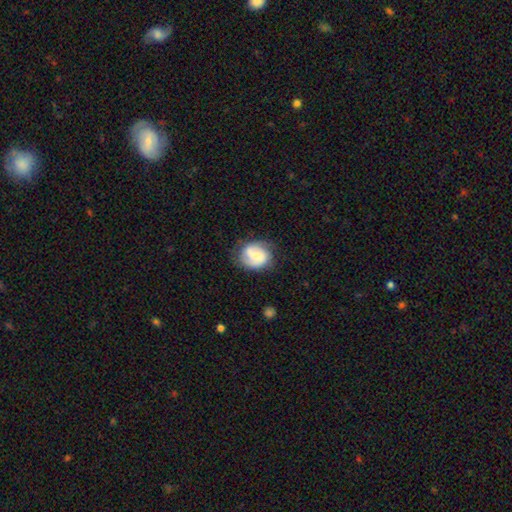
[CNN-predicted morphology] smooth-or-featured: featured or disk: 63% | smooth: 30% | star or artifact: 7%
  disk-edge-on: no: 98% | yes: 2%
    bar: weak: 45% | no: 44% | strong: 11%
    has-spiral-arms: yes: 92% | no: 8%
      spiral-winding: medium: 45% | tight: 36% | loose: 19%
      spiral-arm-count: 2: 77% | can't tell: 11% | 3: 5% | 1: 5% | 4: 2% | more than 4: 1%
    bulge-size: small: 51% | moderate: 29% | none: 14% | large: 4% | dominant: 2%
  merging: none: 74% | minor disturbance: 18% | major disturbance: 7% | merger: 1%